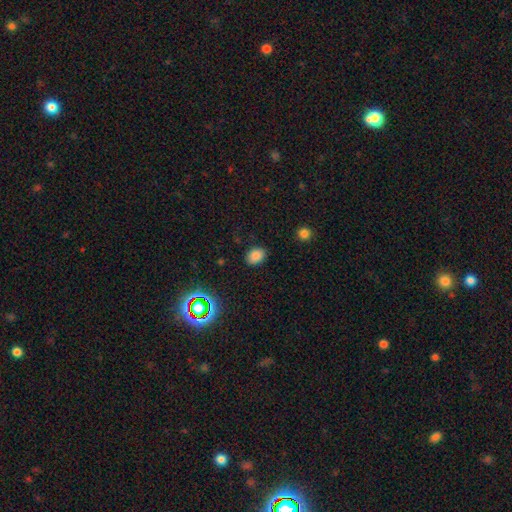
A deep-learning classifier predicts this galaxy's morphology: Smooth or featured?
  - smooth: 79% *
  - star or artifact: 15%
  - featured or disk: 5%
How rounded?
  - in between: 66% *
  - round: 33%
  - cigar-shaped: 1%
Merging?
  - none: 85% *
  - minor disturbance: 11%
  - major disturbance: 3%
  - merger: 1%